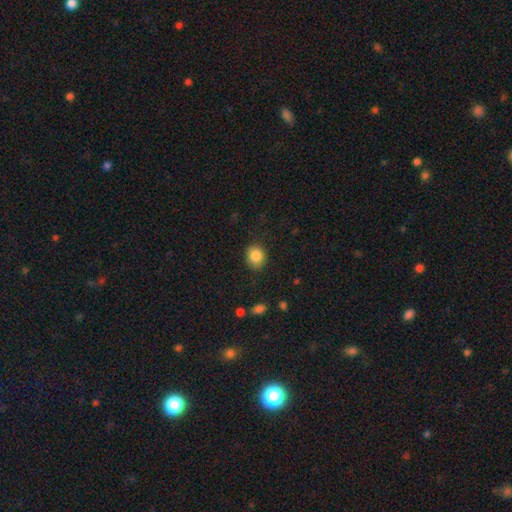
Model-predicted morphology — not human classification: Smooth or featured: smooth — 85% (star or artifact — 9%)
How rounded: round — 70% (in between — 29%)
Merging: none — 85% (minor disturbance — 11%)